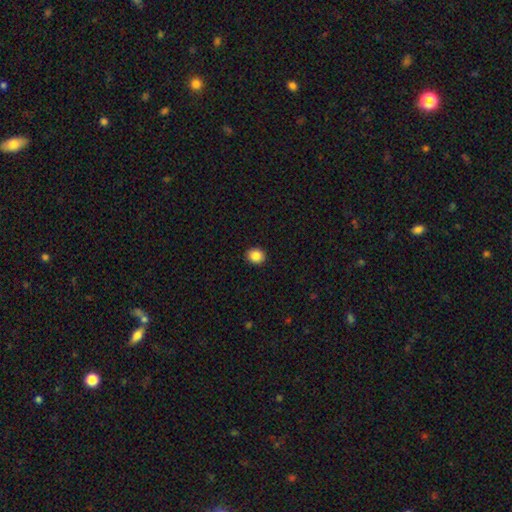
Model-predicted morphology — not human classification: type=smooth (86%); roundness=round (73%); merging=none (92%).